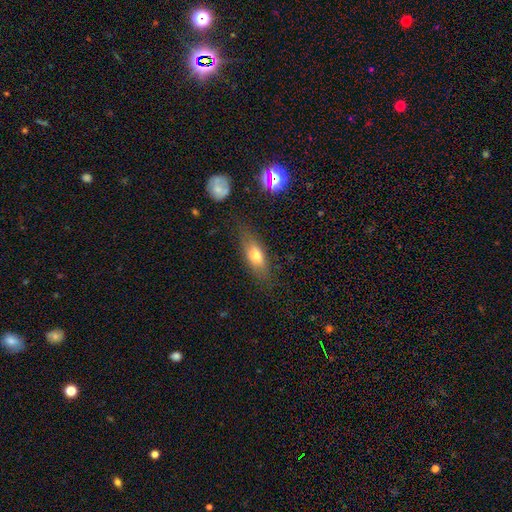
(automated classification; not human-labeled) smooth 64%, featured or disk 27%, star or artifact 9%. Down the decision tree: how rounded — in between (64%); merging — none (74%).